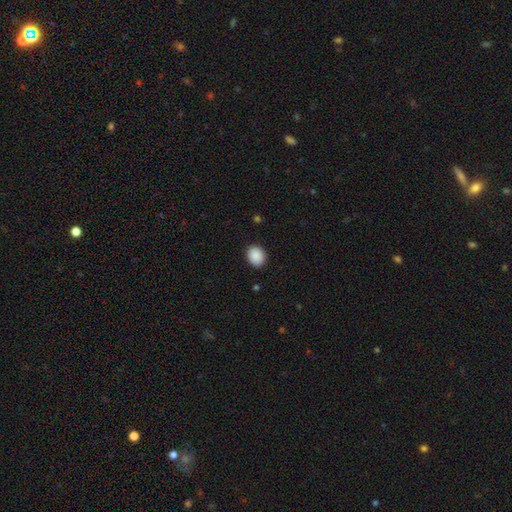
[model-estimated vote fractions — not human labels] Smooth or featured? Predicted: smooth (p=0.90). How rounded? Predicted: round (p=0.56). Merging? Predicted: none (p=0.90).